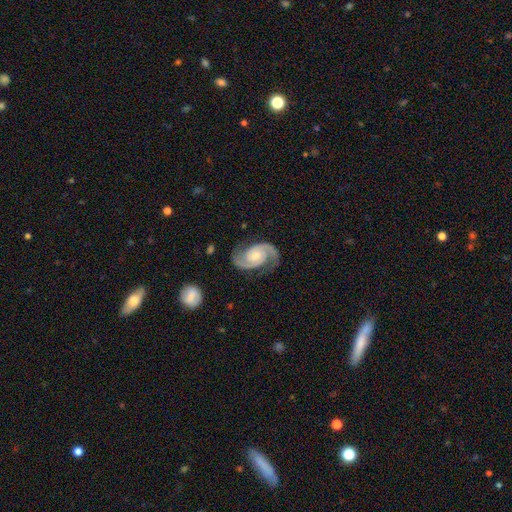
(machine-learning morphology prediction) The model was most divided on "bulge size": moderate: 53%, small: 34%, large: 6%, none: 5%, dominant: 1%. More confident: spiral arms — yes (99%); edge-on disk — no (98%); spiral arm count — 2 (94%); smooth or featured — featured or disk (93%); merging — none (82%); bar — no (58%); spiral winding — medium (55%).